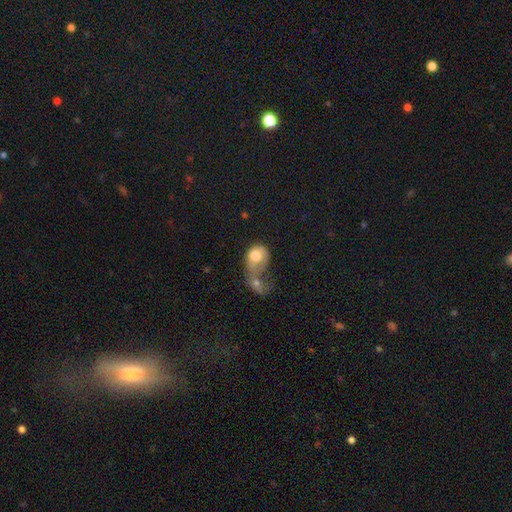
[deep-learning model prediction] Q: Smooth or featured?
A: smooth (64%); runner-up: featured or disk (29%)
Q: How rounded?
A: in between (57%); runner-up: round (42%)
Q: Merging?
A: merger (66%); runner-up: major disturbance (20%)